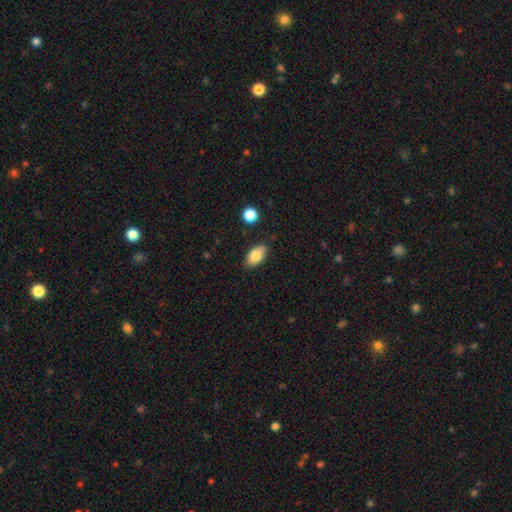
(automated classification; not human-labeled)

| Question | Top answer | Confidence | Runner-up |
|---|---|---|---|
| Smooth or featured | smooth | 82% | featured or disk (10%) |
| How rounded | in between | 92% | round (5%) |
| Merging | none | 83% | minor disturbance (12%) |